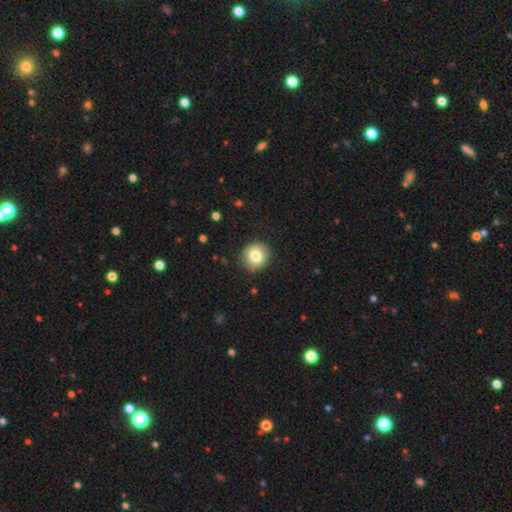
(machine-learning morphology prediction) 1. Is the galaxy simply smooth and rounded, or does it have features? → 81% smooth, 10% featured or disk, 9% star or artifact.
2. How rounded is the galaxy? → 85% round, 14% in between, 1% cigar-shaped.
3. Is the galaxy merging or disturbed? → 85% none, 11% minor disturbance, 3% major disturbance, 1% merger.